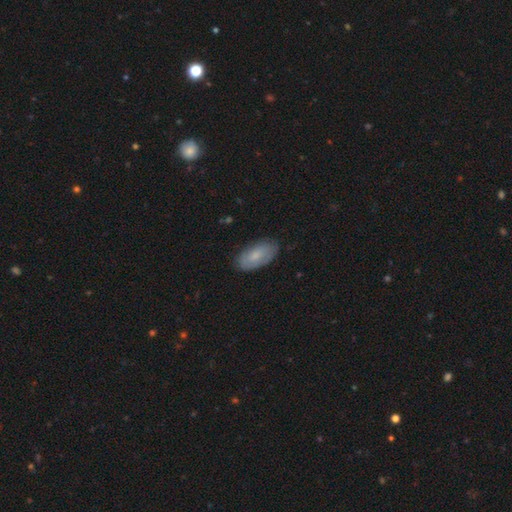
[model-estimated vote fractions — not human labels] Smooth or featured?
  - smooth: 69% *
  - featured or disk: 25%
  - star or artifact: 6%
How rounded?
  - in between: 92% *
  - cigar-shaped: 5%
  - round: 3%
Merging?
  - none: 80% *
  - minor disturbance: 16%
  - major disturbance: 3%
  - merger: 1%